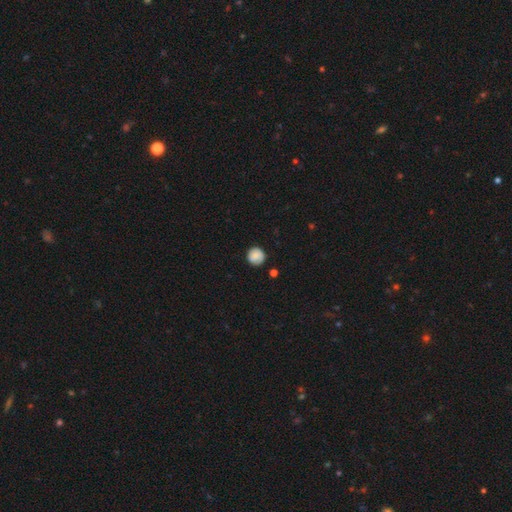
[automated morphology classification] This appears to be a smooth galaxy with no disk features (86%) that is round (93%). Merging: none (84%).